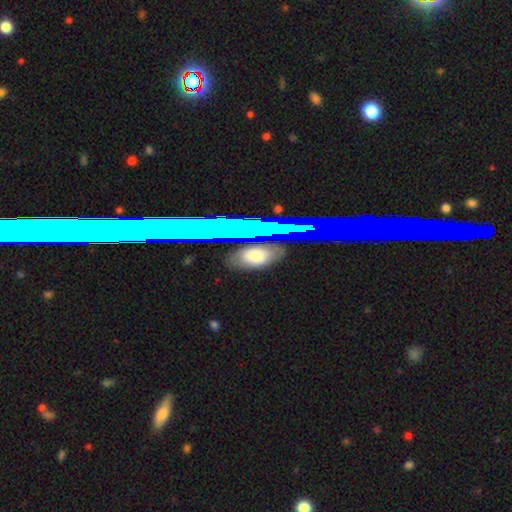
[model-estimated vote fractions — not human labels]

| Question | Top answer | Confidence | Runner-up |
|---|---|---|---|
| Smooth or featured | smooth | 61% | star or artifact (21%) |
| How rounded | in between | 84% | round (9%) |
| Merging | none | 80% | minor disturbance (12%) |